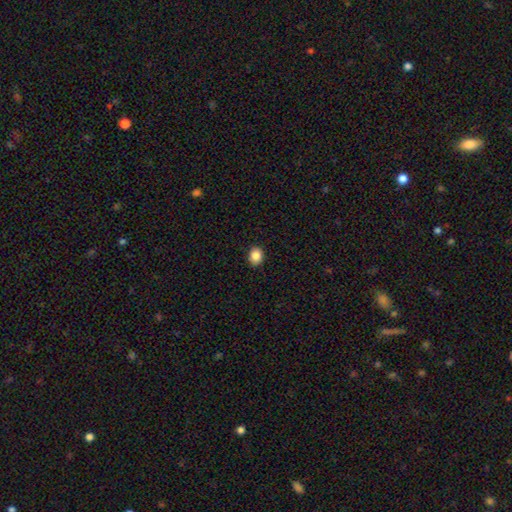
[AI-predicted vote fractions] The model was most divided on "how rounded": round: 54%, in between: 45%, cigar-shaped: 1%. More confident: merging — none (90%); smooth or featured — smooth (86%).